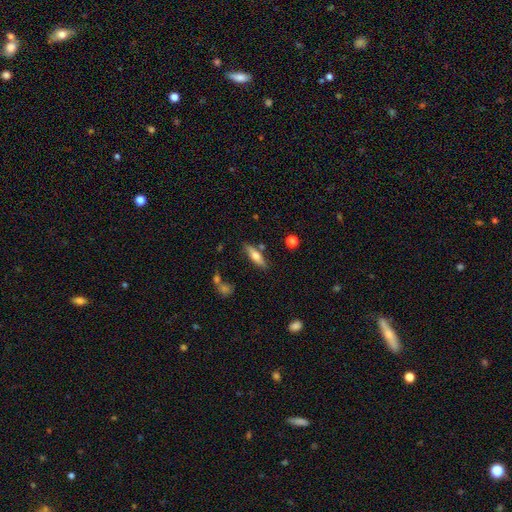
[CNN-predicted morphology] Smooth or featured?
  - smooth: 60% *
  - featured or disk: 32%
  - star or artifact: 7%
How rounded?
  - cigar-shaped: 54% *
  - in between: 43%
  - round: 2%
Merging?
  - none: 76% *
  - minor disturbance: 13%
  - merger: 7%
  - major disturbance: 3%